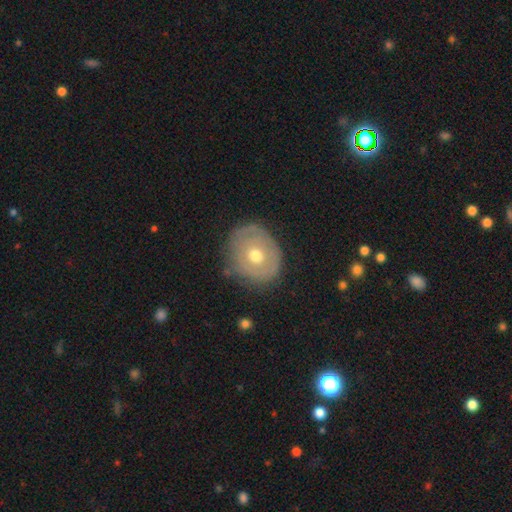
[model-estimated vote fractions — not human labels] Smooth or featured? Predicted: featured or disk (p=0.48). Merging? Predicted: none (p=0.72).